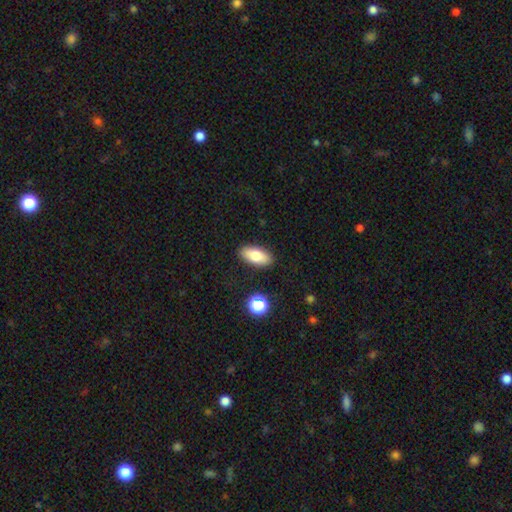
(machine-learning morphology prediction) smooth-or-featured: smooth: 76% | featured or disk: 17% | star or artifact: 8%
  how-rounded: in between: 86% | cigar-shaped: 10% | round: 4%
  merging: none: 88% | minor disturbance: 8% | major disturbance: 2% | merger: 2%